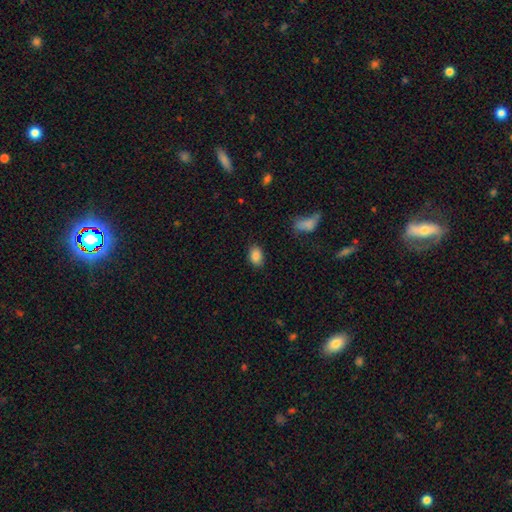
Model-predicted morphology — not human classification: Smooth or featured: smooth — 87% (star or artifact — 9%)
How rounded: in between — 82% (round — 17%)
Merging: none — 84% (minor disturbance — 11%)